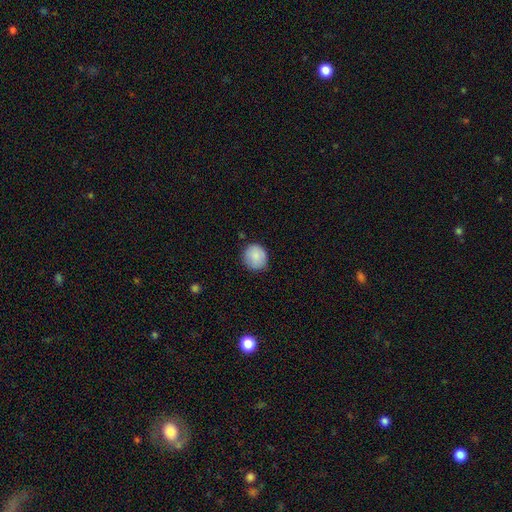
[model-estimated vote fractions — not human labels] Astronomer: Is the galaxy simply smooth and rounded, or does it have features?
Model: smooth — 87%.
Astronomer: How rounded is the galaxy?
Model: round — 85%.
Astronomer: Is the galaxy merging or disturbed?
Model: none — 83%.